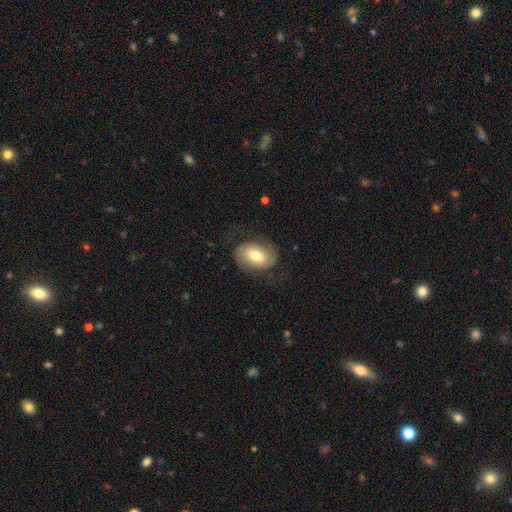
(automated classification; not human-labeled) A smooth galaxy with no disk features (47%). Merging: none (70%).